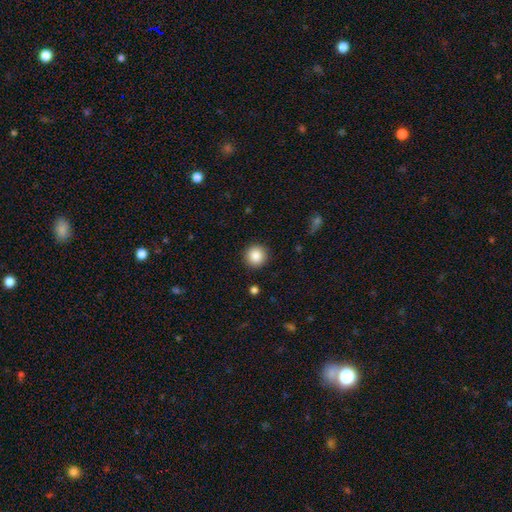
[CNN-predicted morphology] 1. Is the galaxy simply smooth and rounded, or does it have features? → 87% smooth, 9% star or artifact, 4% featured or disk.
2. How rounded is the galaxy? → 95% round, 4% in between, 1% cigar-shaped.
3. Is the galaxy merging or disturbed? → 91% none, 6% minor disturbance, 2% major disturbance, 1% merger.